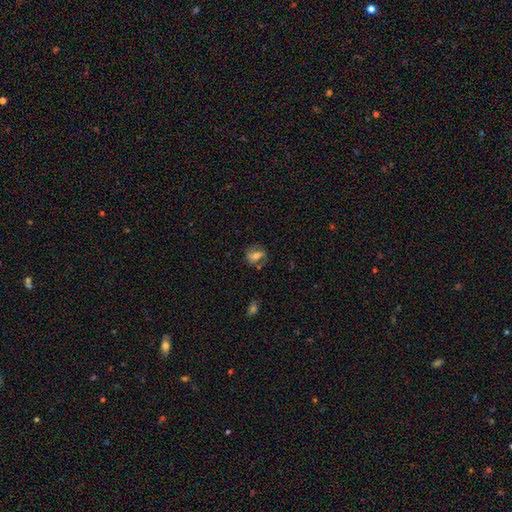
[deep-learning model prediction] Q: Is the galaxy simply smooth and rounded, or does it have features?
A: smooth — 59%.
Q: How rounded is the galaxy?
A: in between — 62%.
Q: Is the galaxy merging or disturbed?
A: none — 68%.